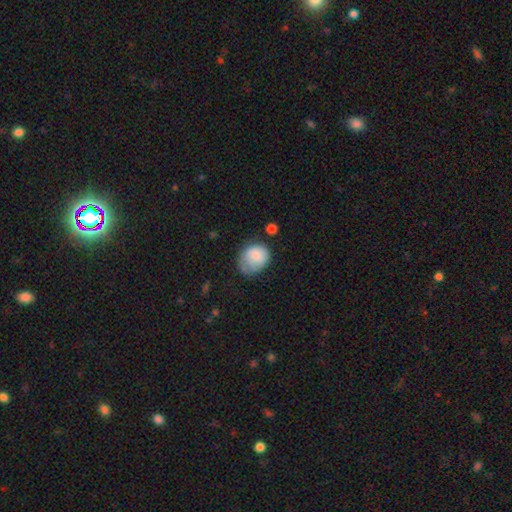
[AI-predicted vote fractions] Overall: smooth (78%). How rounded: round (57%; in between 42%). Merging: none (39%; minor disturbance 37%).